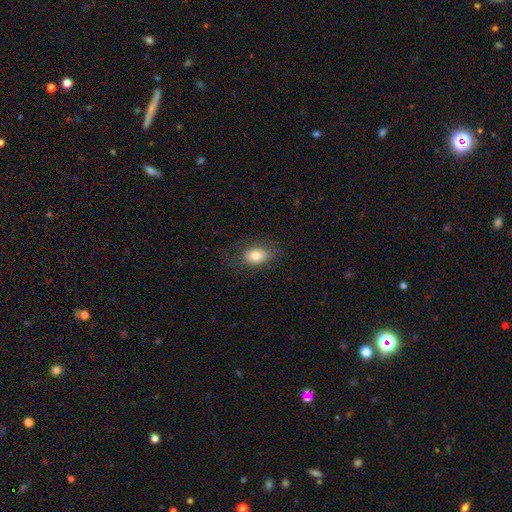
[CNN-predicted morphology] Smooth or featured?
  - smooth: 79% *
  - featured or disk: 13%
  - star or artifact: 9%
How rounded?
  - in between: 82% *
  - round: 17%
  - cigar-shaped: 2%
Merging?
  - none: 68% *
  - minor disturbance: 20%
  - major disturbance: 11%
  - merger: 1%